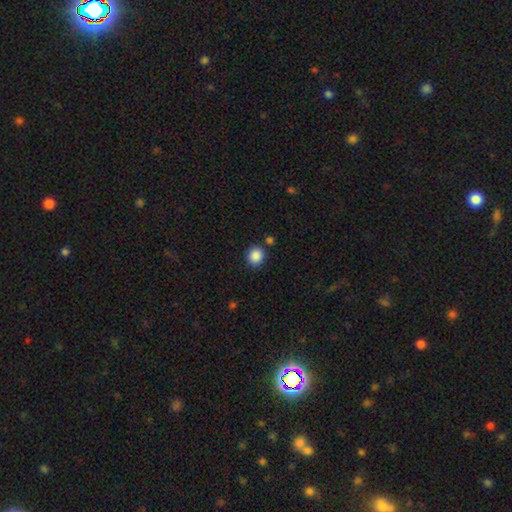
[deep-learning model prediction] A smooth galaxy with no disk features (88%) that is round (82%).

Vote fractions:
- Smooth or featured? smooth: 88% / star or artifact: 9% / featured or disk: 3%
- How rounded? round: 82% / in between: 17% / cigar-shaped: 1%
- Merging? none: 84% / minor disturbance: 9% / merger: 5% / major disturbance: 3%